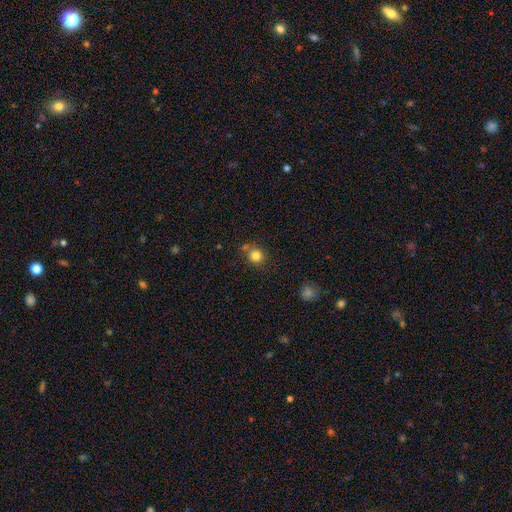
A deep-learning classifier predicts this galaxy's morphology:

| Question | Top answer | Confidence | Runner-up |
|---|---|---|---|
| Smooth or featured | smooth | 82% | star or artifact (12%) |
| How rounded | round | 89% | in between (10%) |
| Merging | none | 71% | merger (14%) |